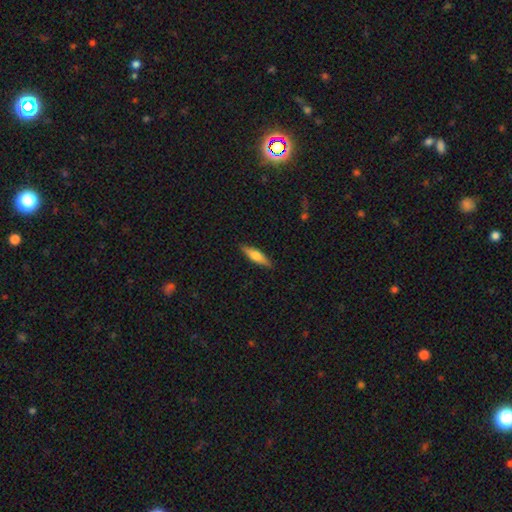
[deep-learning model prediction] smooth 55%, featured or disk 39%, star or artifact 6%. Down the decision tree: how rounded — cigar-shaped (67%); merging — none (89%).